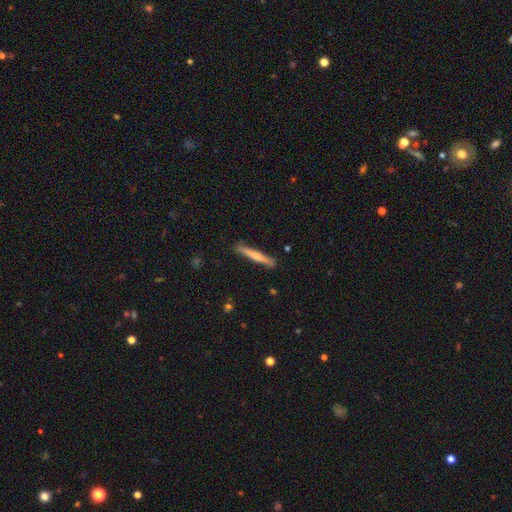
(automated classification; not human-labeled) A smooth galaxy with no disk features (55%) that is cigar-shaped (95%). Merging: none (87%).